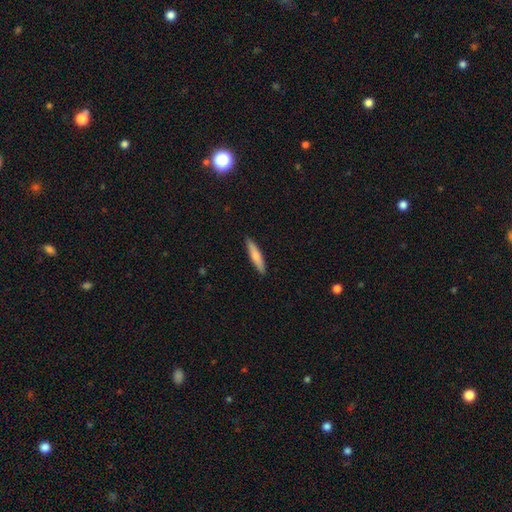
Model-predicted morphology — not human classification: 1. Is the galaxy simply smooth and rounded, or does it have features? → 73% smooth, 22% featured or disk, 5% star or artifact.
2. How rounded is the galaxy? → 86% cigar-shaped, 12% in between, 1% round.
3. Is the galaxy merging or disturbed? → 90% none, 7% minor disturbance, 1% major disturbance, 1% merger.